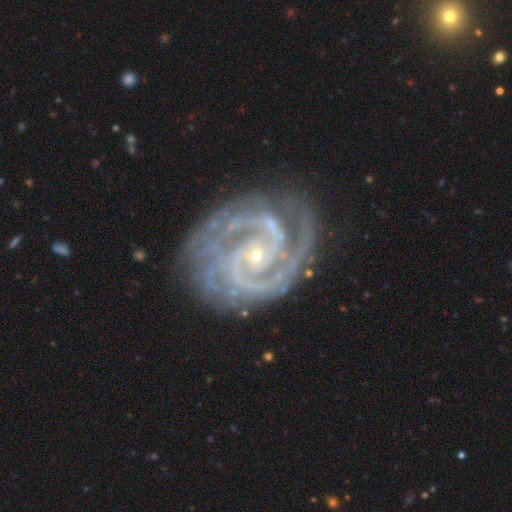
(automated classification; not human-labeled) This appears to be a featured or disk galaxy (93%) with no bar (62%), 2 (57%) tight (68%) spiral arms (99%) and a small central bulge (85%). Merging: none (74%).